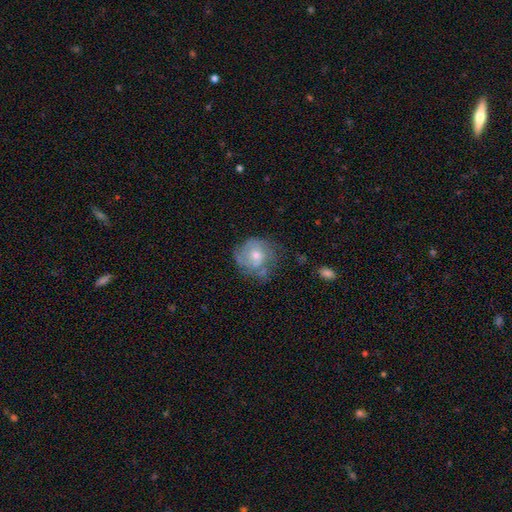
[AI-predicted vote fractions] Q: Smooth or featured?
A: featured or disk (55%); runner-up: smooth (37%)
Q: Edge-on disk?
A: no (97%); runner-up: yes (3%)
Q: Bar?
A: no (79%); runner-up: weak (18%)
Q: Spiral arms?
A: yes (67%); runner-up: no (33%)
Q: Bulge size?
A: moderate (60%); runner-up: small (32%)
Q: Merging?
A: none (54%); runner-up: minor disturbance (27%)